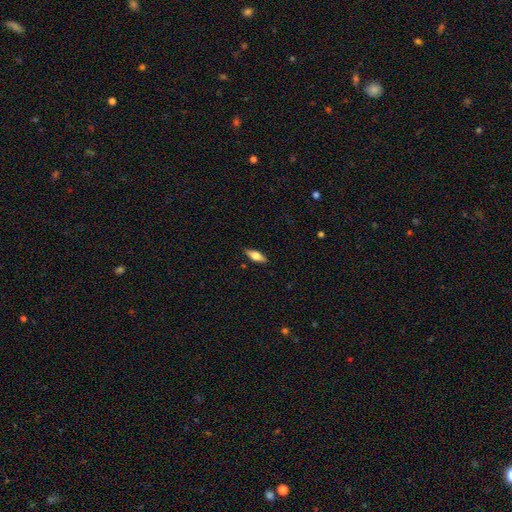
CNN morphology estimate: Smooth or featured?
  - smooth: 55% *
  - featured or disk: 38%
  - star or artifact: 7%
How rounded?
  - in between: 62% *
  - cigar-shaped: 36%
  - round: 3%
Merging?
  - none: 88% *
  - minor disturbance: 9%
  - major disturbance: 2%
  - merger: 1%